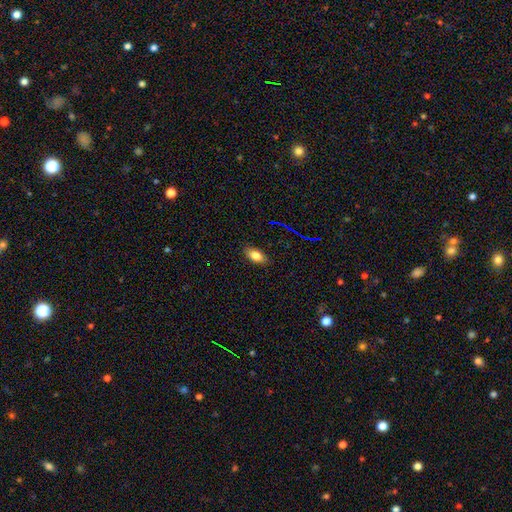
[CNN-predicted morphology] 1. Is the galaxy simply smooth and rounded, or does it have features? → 80% smooth, 10% featured or disk, 9% star or artifact.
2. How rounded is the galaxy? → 89% in between, 7% cigar-shaped, 5% round.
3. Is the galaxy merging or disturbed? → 87% none, 10% minor disturbance, 2% major disturbance, 1% merger.